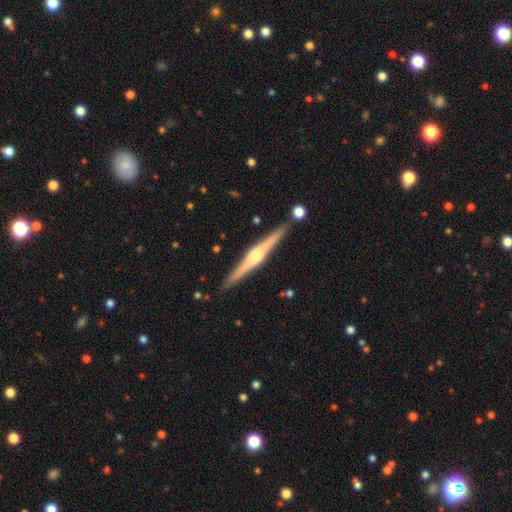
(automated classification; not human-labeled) smooth_or_featured: featured or disk (p=0.78) [alt: smooth p=0.17]
disk_edge_on: yes (p=0.98) [alt: no p=0.02]
edge_on_bulge: rounded (p=0.79) [alt: boxy p=0.14]
merging: none (p=0.89) [alt: minor disturbance p=0.07]